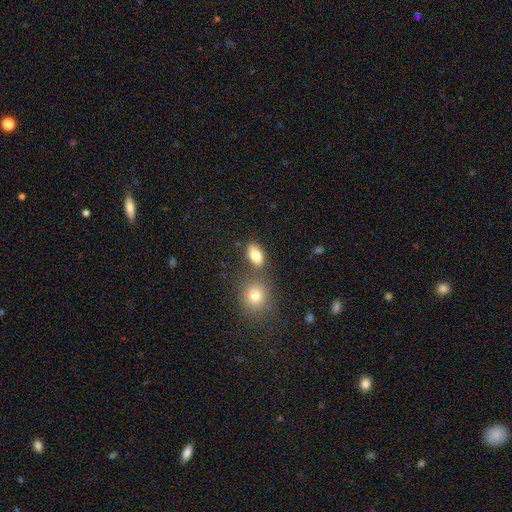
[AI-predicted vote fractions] The model was most divided on "merging": none: 69%, merger: 15%, minor disturbance: 12%, major disturbance: 4%. More confident: how rounded — in between (85%); smooth or featured — smooth (81%).